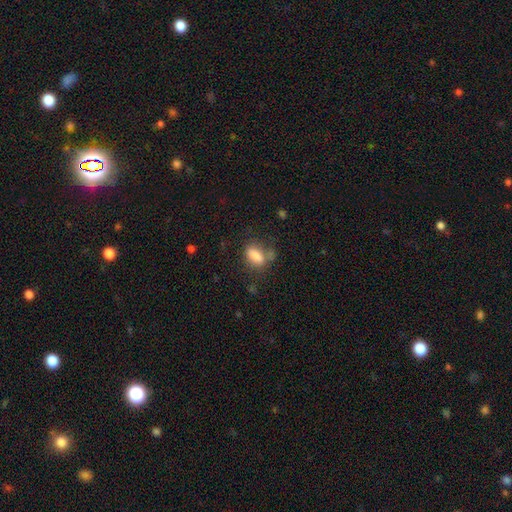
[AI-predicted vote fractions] A smooth galaxy with no disk features (79%) that is in between round and cigar-shaped (80%).

Vote fractions:
- Smooth or featured? smooth: 79% / featured or disk: 11% / star or artifact: 10%
- How rounded? in between: 80% / cigar-shaped: 11% / round: 8%
- Merging? none: 51% / minor disturbance: 24% / major disturbance: 14% / merger: 11%